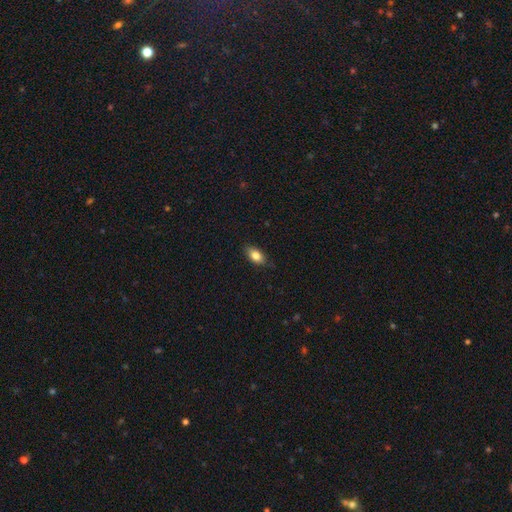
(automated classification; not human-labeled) smooth_or_featured: smooth (p=0.83) [alt: featured or disk p=0.09]
how_rounded: in between (p=0.89) [alt: round p=0.06]
merging: none (p=0.83) [alt: minor disturbance p=0.14]